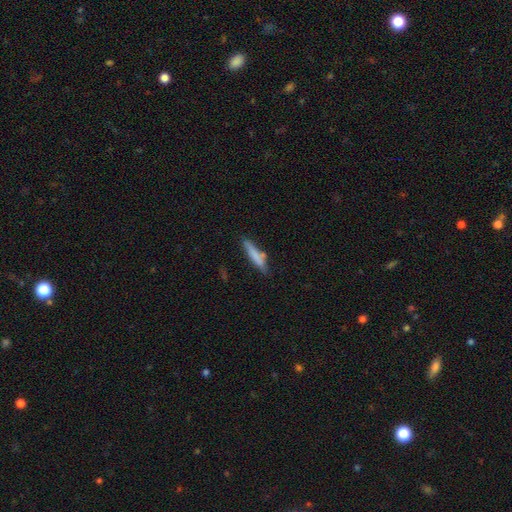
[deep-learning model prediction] The model was most divided on "merging": none: 67%, minor disturbance: 20%, merger: 9%, major disturbance: 5%. More confident: how rounded — cigar-shaped (85%); smooth or featured — smooth (74%).